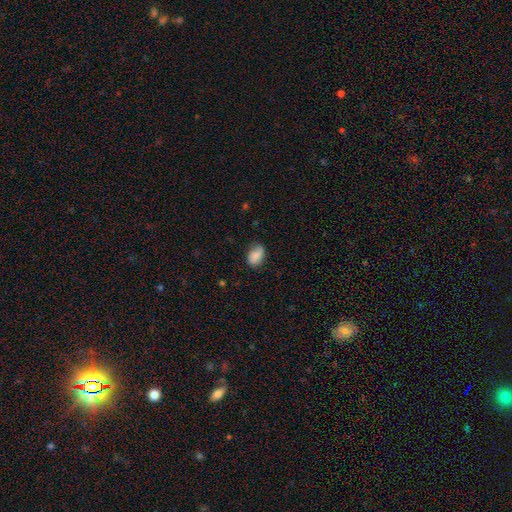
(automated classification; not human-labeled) The model was most divided on "merging": none: 66%, minor disturbance: 26%, major disturbance: 6%, merger: 2%. More confident: how rounded — in between (84%); smooth or featured — smooth (81%).